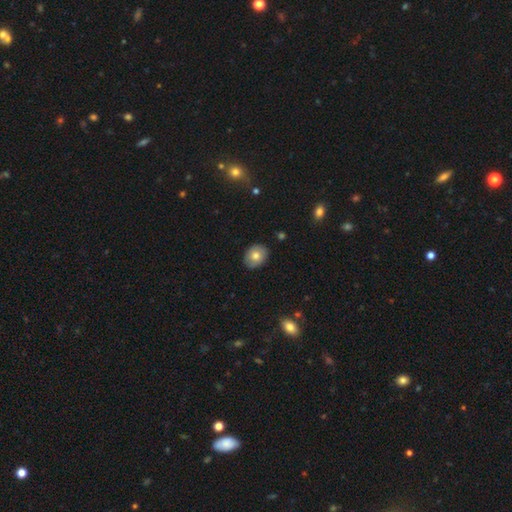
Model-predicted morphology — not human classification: smooth_or_featured: smooth (p=0.75) [alt: featured or disk p=0.18]
how_rounded: in between (p=0.56) [alt: round p=0.43]
merging: none (p=0.87) [alt: minor disturbance p=0.10]